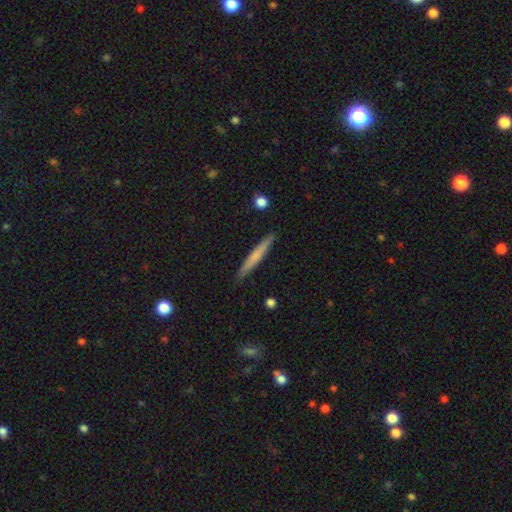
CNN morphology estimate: Q: Smooth or featured?
A: smooth (62%); runner-up: featured or disk (32%)
Q: How rounded?
A: cigar-shaped (96%); runner-up: in between (3%)
Q: Merging?
A: none (90%); runner-up: minor disturbance (7%)